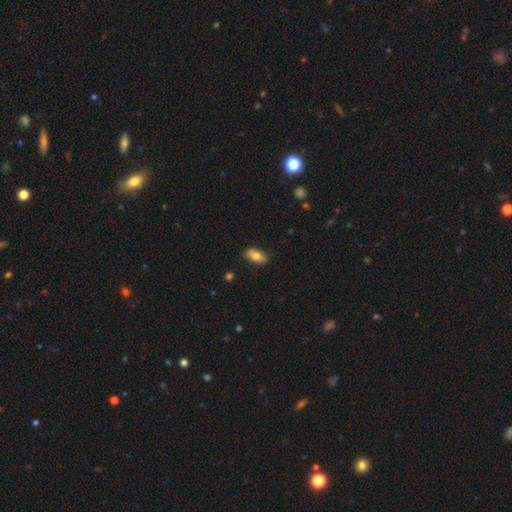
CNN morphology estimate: The model was most divided on "smooth or featured": smooth: 77%, featured or disk: 16%, star or artifact: 7%. More confident: how rounded — in between (90%); merging — none (84%).